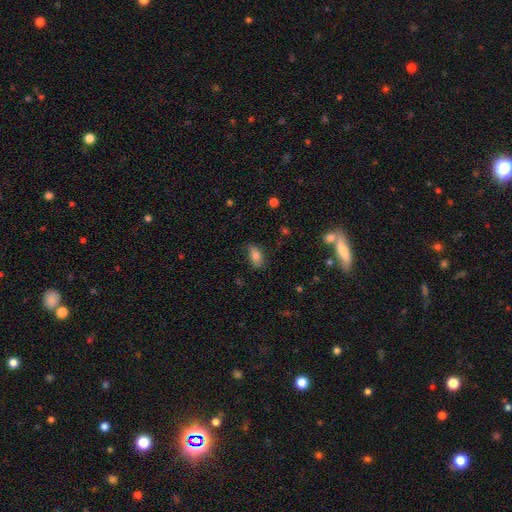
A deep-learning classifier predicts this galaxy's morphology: Smooth or featured?
  - smooth: 77% *
  - featured or disk: 13%
  - star or artifact: 9%
How rounded?
  - in between: 89% *
  - round: 6%
  - cigar-shaped: 5%
Merging?
  - none: 68% *
  - minor disturbance: 24%
  - major disturbance: 6%
  - merger: 2%